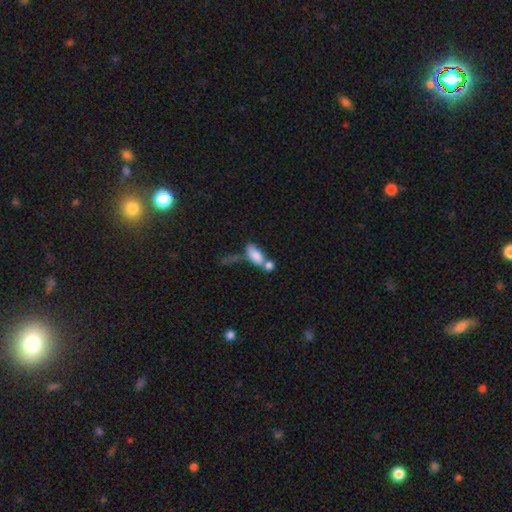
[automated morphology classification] smooth_or_featured: smooth (p=0.78) [alt: featured or disk p=0.14]
how_rounded: in between (p=0.86) [alt: cigar-shaped p=0.09]
merging: merger (p=0.57) [alt: none p=0.22]